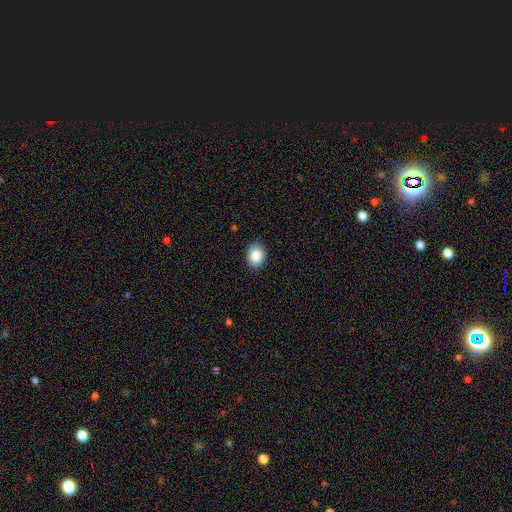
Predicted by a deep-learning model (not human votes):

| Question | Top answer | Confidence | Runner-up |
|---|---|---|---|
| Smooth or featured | smooth | 88% | star or artifact (8%) |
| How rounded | in between | 65% | round (34%) |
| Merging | none | 87% | minor disturbance (10%) |